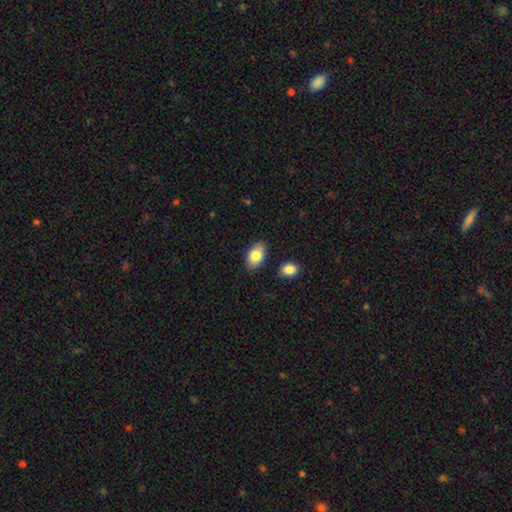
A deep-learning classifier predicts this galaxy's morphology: A smooth galaxy with no disk features (82%) that is in between round and cigar-shaped (94%).

Vote fractions:
- Smooth or featured? smooth: 82% / featured or disk: 11% / star or artifact: 6%
- How rounded? in between: 94% / round: 5% / cigar-shaped: 2%
- Merging? none: 86% / minor disturbance: 9% / merger: 3% / major disturbance: 2%